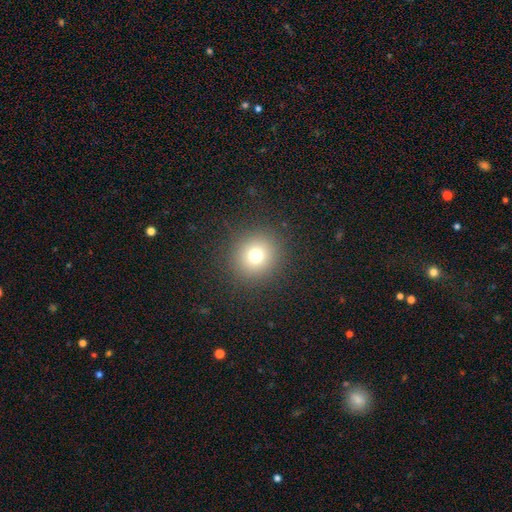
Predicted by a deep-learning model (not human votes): This is likely a smooth galaxy (73%). How rounded: clearly round (93%). Merging: clearly none (90%).